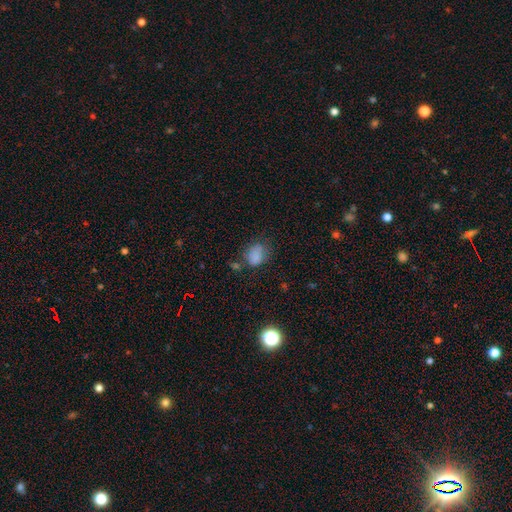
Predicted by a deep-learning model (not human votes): This appears to be a smooth galaxy with no disk features (78%) that is in between round and cigar-shaped (69%). Merging: none (50%).